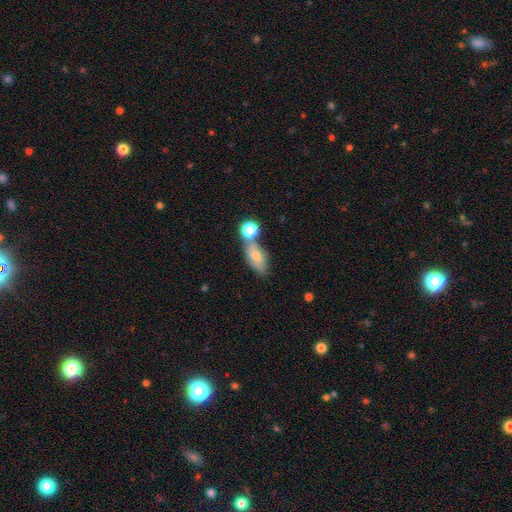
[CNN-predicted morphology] This is likely a smooth galaxy (64%). How rounded: clearly in between (82%). Merging: possibly none (46%).